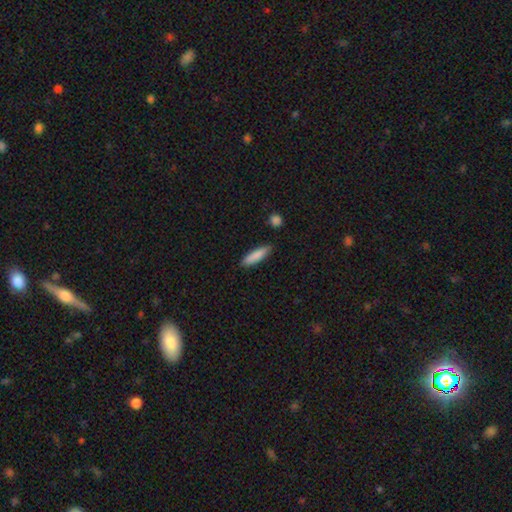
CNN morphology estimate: Smooth or featured? Predicted: smooth (p=0.85). How rounded? Predicted: cigar-shaped (p=0.70). Merging? Predicted: none (p=0.85).